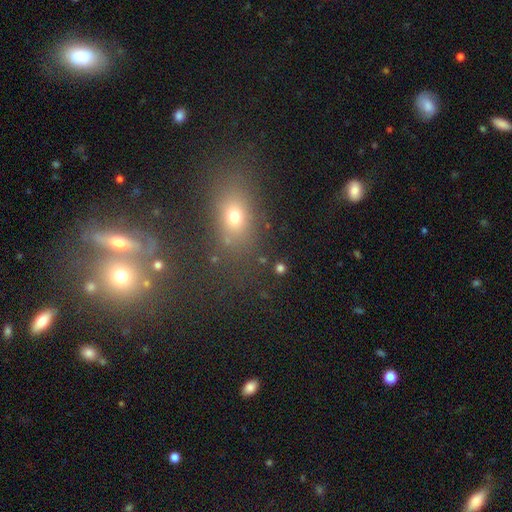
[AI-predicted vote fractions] smooth-or-featured: smooth: 50% | star or artifact: 35% | featured or disk: 15%
  merging: none: 73% | merger: 11% | minor disturbance: 11% | major disturbance: 5%